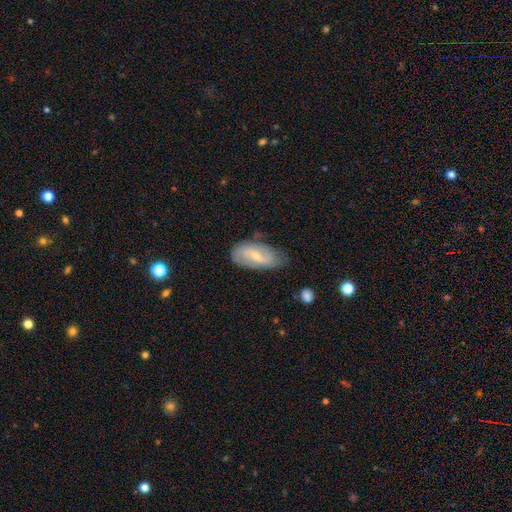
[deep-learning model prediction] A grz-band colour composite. It shows a featured or disk galaxy (65%) with a weak bar (51%), 2 (71%) medium (40%) spiral arms (85%) and a small central bulge (64%). Merging: none (66%).